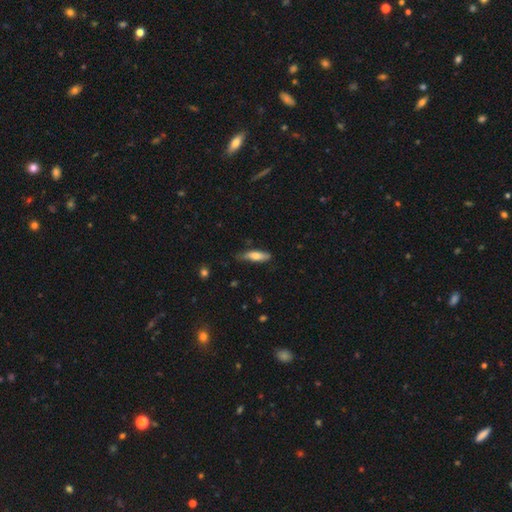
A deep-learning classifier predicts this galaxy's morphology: smooth-or-featured: smooth: 71% | featured or disk: 23% | star or artifact: 6%
  how-rounded: cigar-shaped: 55% | in between: 43% | round: 2%
  merging: none: 67% | minor disturbance: 26% | major disturbance: 5% | merger: 2%